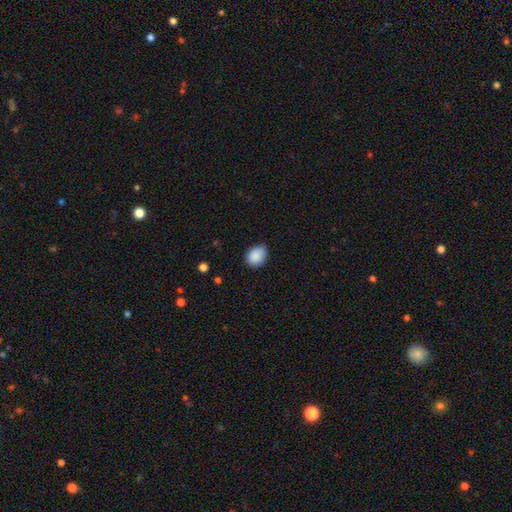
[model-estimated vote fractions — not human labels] Morphology: type=smooth (88%); roundness=in between (56%); merging=none (75%).